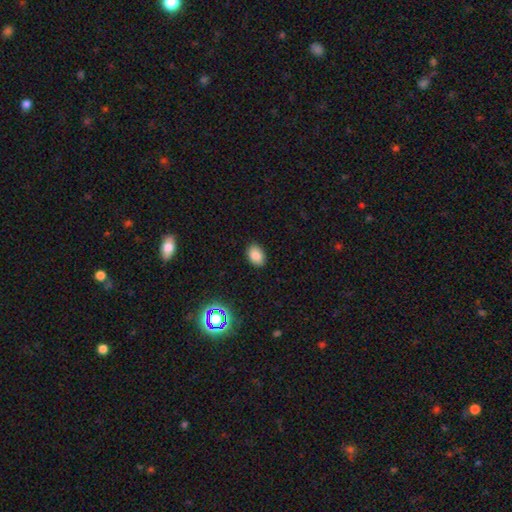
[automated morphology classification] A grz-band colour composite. It shows a smooth galaxy with no disk features (84%) that is in between round and cigar-shaped (79%). Merging: none (87%).